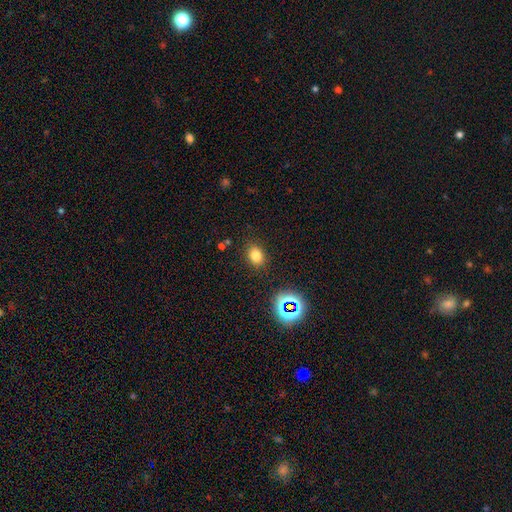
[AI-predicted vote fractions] Smooth or featured: smooth — 76% (star or artifact — 17%)
How rounded: in between — 50% (round — 49%)
Merging: none — 86% (minor disturbance — 9%)